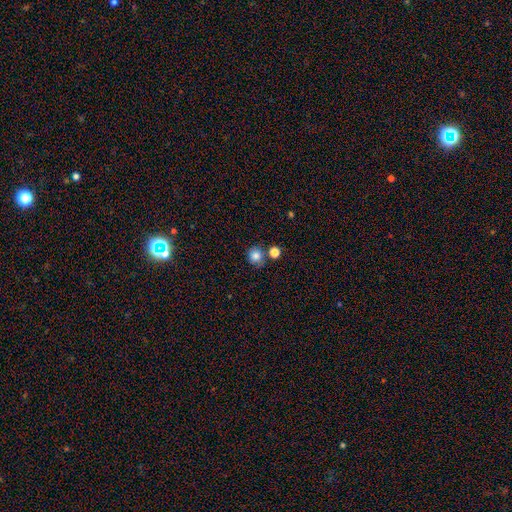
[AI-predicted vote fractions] A smooth galaxy with no disk features (81%) that is round (86%). Merging: none (70%).